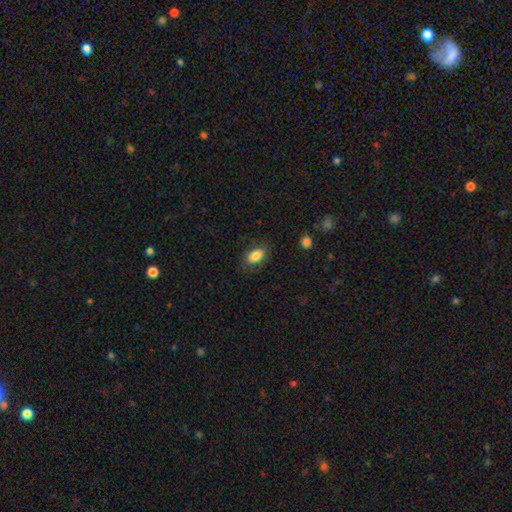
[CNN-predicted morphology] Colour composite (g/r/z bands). It shows a smooth galaxy with no disk features (83%) that is in between round and cigar-shaped (90%). Merging: none (78%).